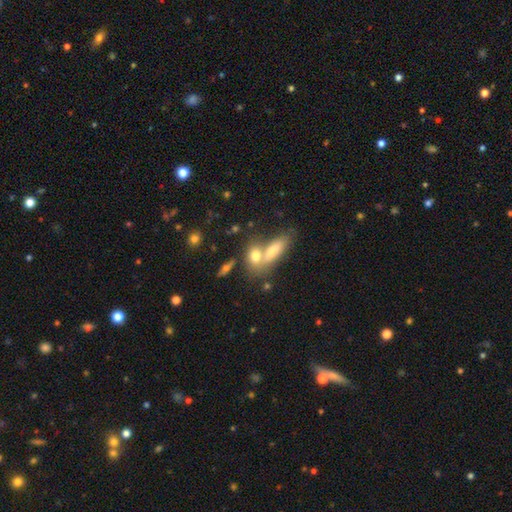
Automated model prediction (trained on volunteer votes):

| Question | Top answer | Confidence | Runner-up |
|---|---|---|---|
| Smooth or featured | smooth | 71% | featured or disk (19%) |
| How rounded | in between | 63% | round (21%) |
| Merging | merger | 50% | none (37%) |